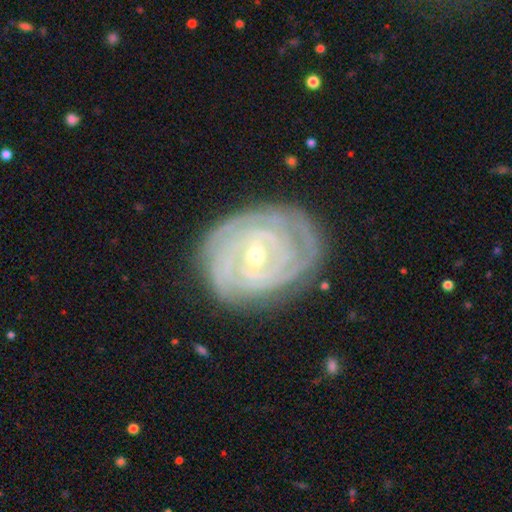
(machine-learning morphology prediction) Q: Smooth or featured?
A: featured or disk (87%); runner-up: smooth (8%)
Q: Edge-on disk?
A: no (97%); runner-up: yes (3%)
Q: Bar?
A: weak (46%); runner-up: no (35%)
Q: Spiral arms?
A: yes (96%); runner-up: no (4%)
Q: Spiral winding?
A: tight (85%); runner-up: medium (13%)
Q: Spiral arm count?
A: can't tell (33%); runner-up: 2 (19%)
Q: Bulge size?
A: small (54%); runner-up: moderate (43%)
Q: Merging?
A: none (78%); runner-up: minor disturbance (16%)